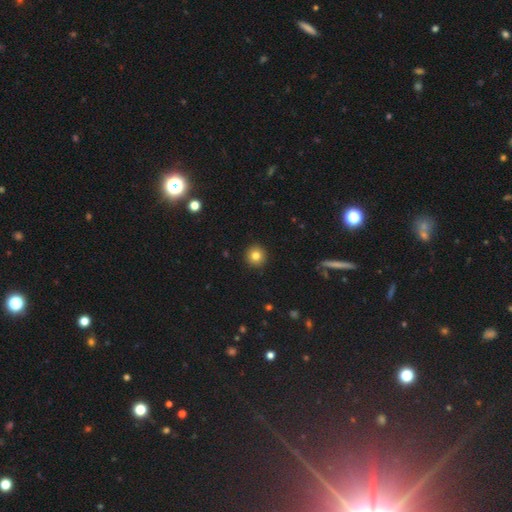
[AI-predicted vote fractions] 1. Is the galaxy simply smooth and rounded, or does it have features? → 81% smooth, 11% star or artifact, 7% featured or disk.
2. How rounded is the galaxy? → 94% round, 5% in between, 1% cigar-shaped.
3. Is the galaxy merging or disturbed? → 93% none, 5% minor disturbance, 2% major disturbance, 1% merger.